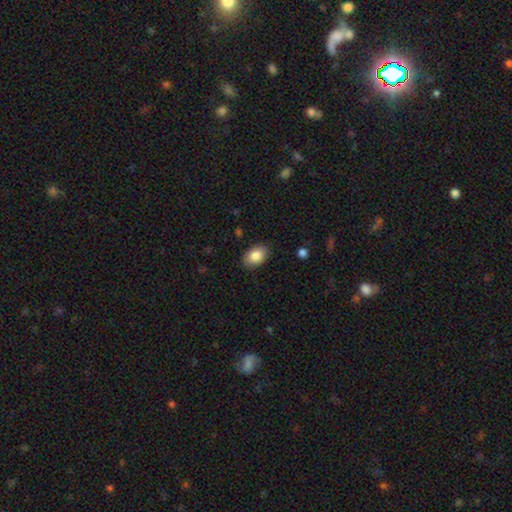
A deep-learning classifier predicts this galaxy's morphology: This appears to be a smooth galaxy with no disk features (85%) that is in between round and cigar-shaped (87%). Merging: none (87%).